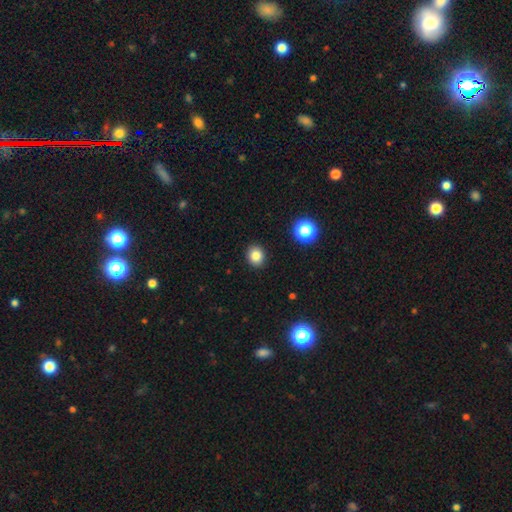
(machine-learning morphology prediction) Smooth or featured? smooth (83%)
How rounded? round (70%)
Merging? none (91%)